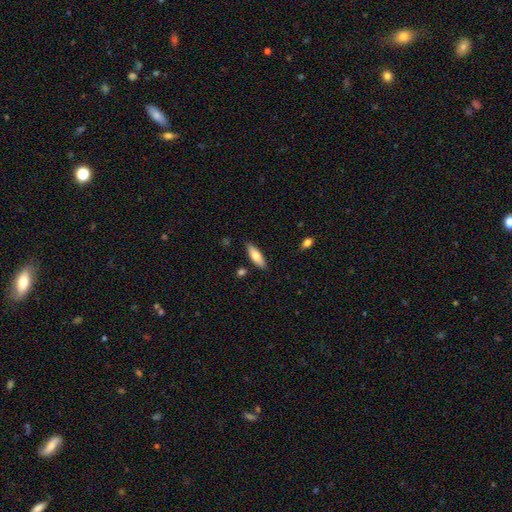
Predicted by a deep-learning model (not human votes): This is likely a smooth galaxy (72%). How rounded: possibly in between (55%). Merging: clearly none (85%).